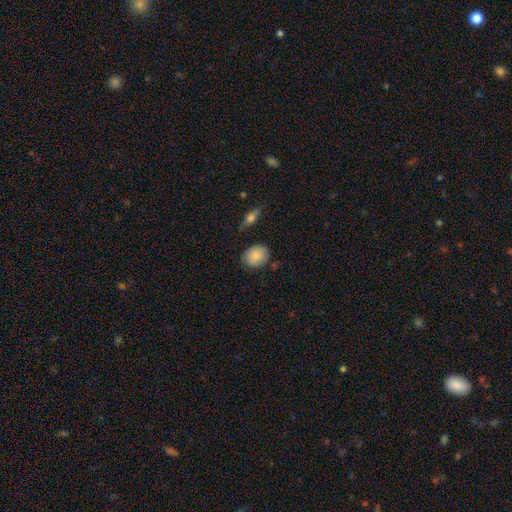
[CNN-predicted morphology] Smooth or featured? Predicted: smooth (p=0.82). How rounded? Predicted: round (p=0.65). Merging? Predicted: none (p=0.78).